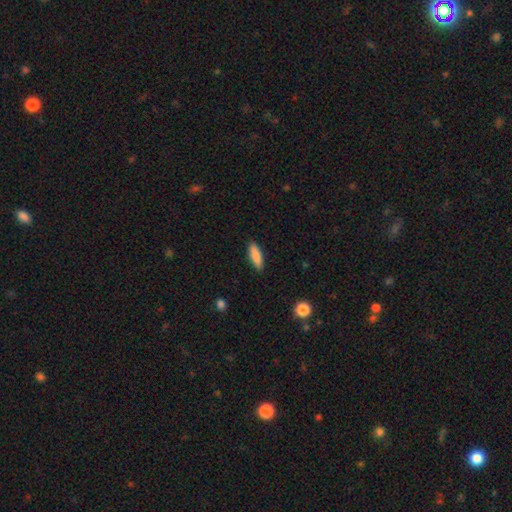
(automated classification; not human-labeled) Overall: smooth (85%). How rounded: cigar-shaped (53%; in between 46%). Merging: none (90%).